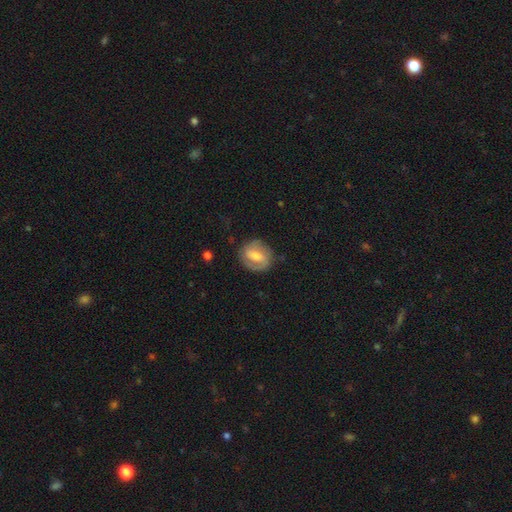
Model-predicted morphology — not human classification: type=featured or disk (65%); edge-on=no (97%); bar=weak (46%); spiral arms=yes (83%); winding=medium (44%); arm count=2 (82%); bulge=moderate (51%); merging=none (78%).